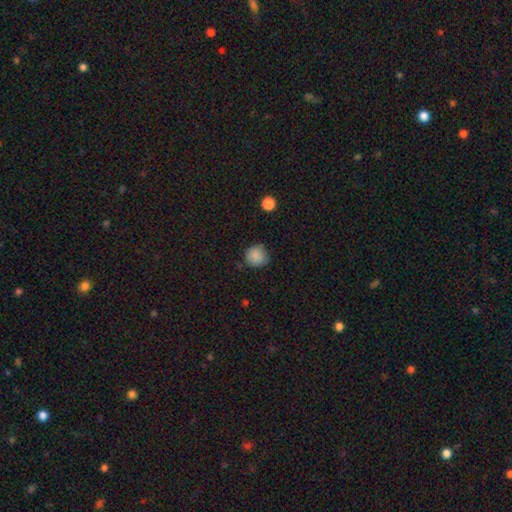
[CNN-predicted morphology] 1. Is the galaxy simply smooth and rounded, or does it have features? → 86% smooth, 10% star or artifact, 5% featured or disk.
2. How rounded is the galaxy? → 92% round, 7% in between, 1% cigar-shaped.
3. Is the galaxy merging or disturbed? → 79% none, 16% minor disturbance, 3% major disturbance, 2% merger.